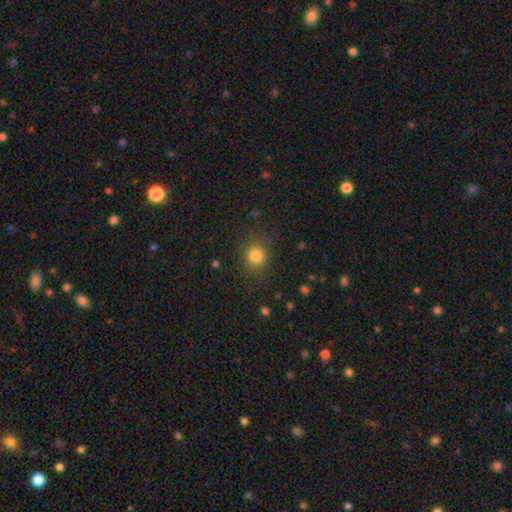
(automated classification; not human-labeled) Smooth or featured?
  - smooth: 83% *
  - star or artifact: 12%
  - featured or disk: 5%
How rounded?
  - round: 77% *
  - in between: 23%
  - cigar-shaped: 1%
Merging?
  - none: 85% *
  - minor disturbance: 10%
  - major disturbance: 4%
  - merger: 1%